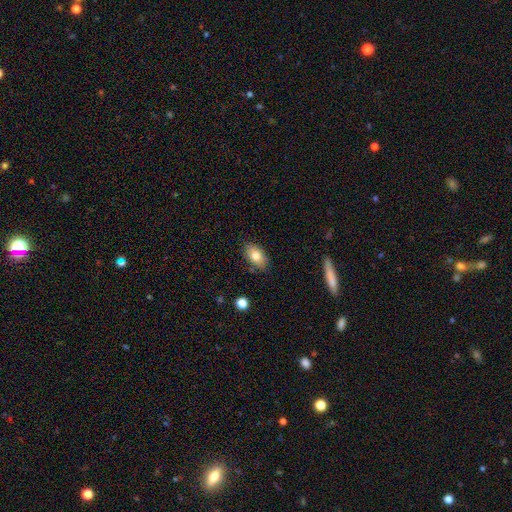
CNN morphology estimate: Smooth or featured: smooth — 81% (featured or disk — 11%)
How rounded: in between — 90% (round — 7%)
Merging: none — 81% (minor disturbance — 14%)